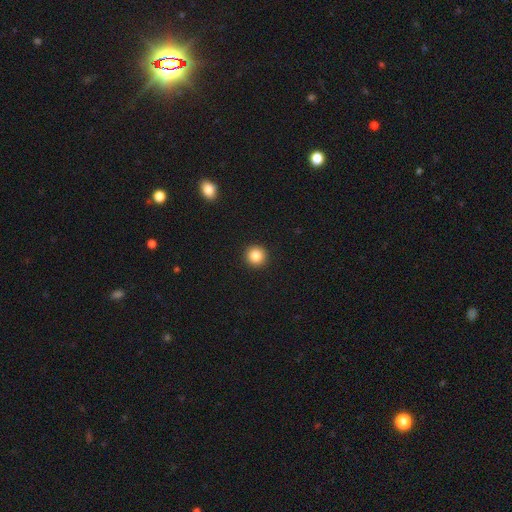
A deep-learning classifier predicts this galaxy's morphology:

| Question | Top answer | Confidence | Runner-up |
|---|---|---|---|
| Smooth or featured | smooth | 84% | star or artifact (10%) |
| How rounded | round | 96% | in between (3%) |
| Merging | none | 94% | minor disturbance (4%) |